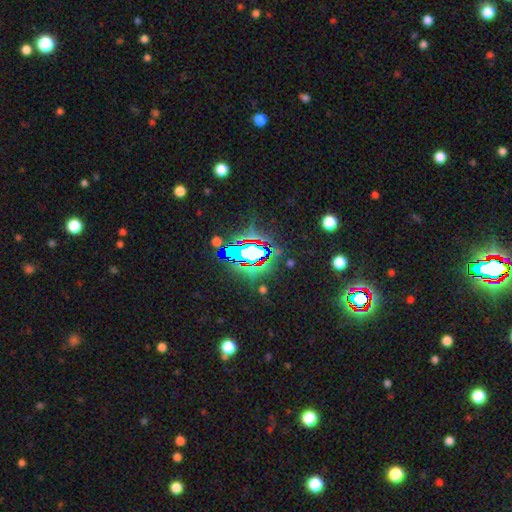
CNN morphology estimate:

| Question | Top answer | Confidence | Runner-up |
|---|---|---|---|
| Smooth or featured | star or artifact | 84% | smooth (8%) |